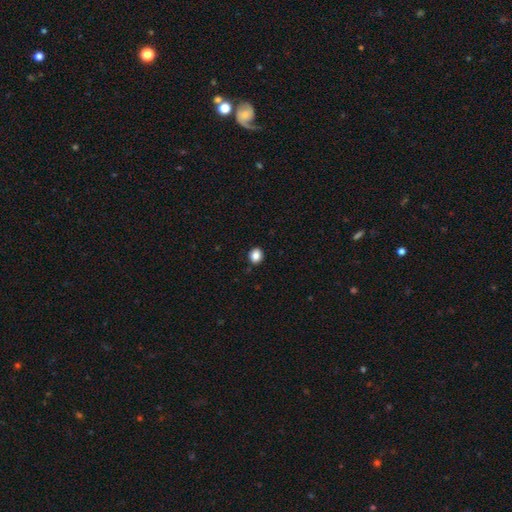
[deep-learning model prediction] Smooth or featured?
  - smooth: 86% *
  - star or artifact: 10%
  - featured or disk: 4%
How rounded?
  - round: 72% *
  - in between: 28%
  - cigar-shaped: 1%
Merging?
  - none: 91% *
  - minor disturbance: 7%
  - major disturbance: 2%
  - merger: 1%